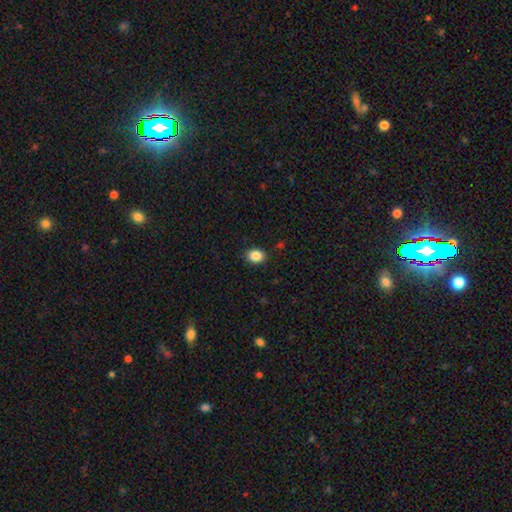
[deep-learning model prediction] A smooth galaxy with no disk features (87%) that is in between round and cigar-shaped (63%).

Vote fractions:
- Smooth or featured? smooth: 87% / star or artifact: 9% / featured or disk: 4%
- How rounded? in between: 63% / round: 36% / cigar-shaped: 1%
- Merging? none: 89% / minor disturbance: 8% / major disturbance: 2% / merger: 1%